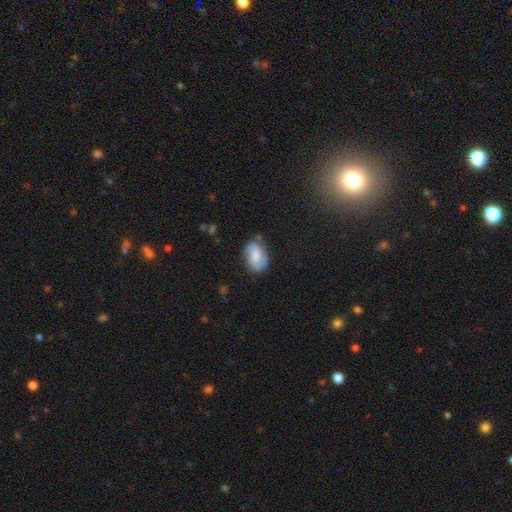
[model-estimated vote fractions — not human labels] A smooth galaxy with no disk features (60%) that is in between round and cigar-shaped (87%). Merging: none (67%).